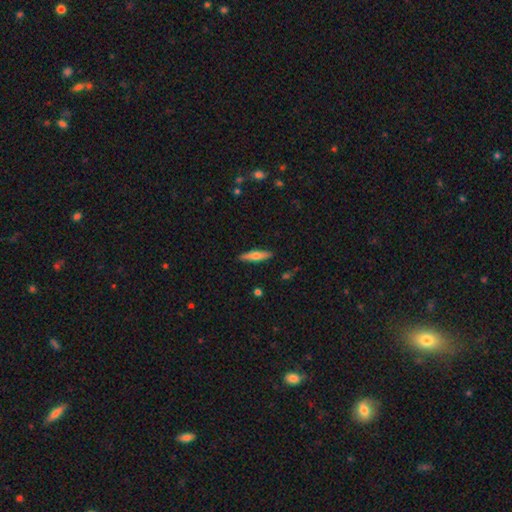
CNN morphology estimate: Smooth or featured? smooth (57%)
How rounded? cigar-shaped (79%)
Merging? none (89%)